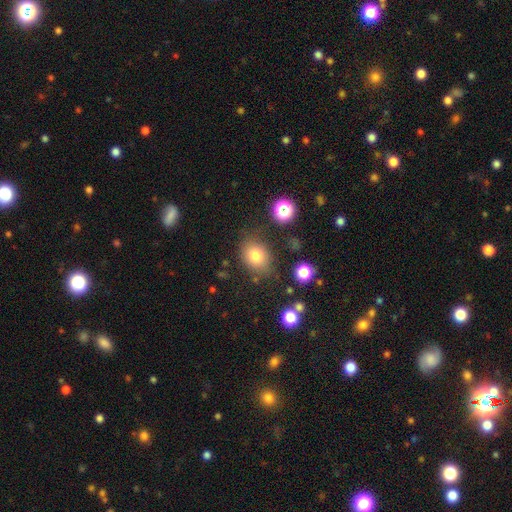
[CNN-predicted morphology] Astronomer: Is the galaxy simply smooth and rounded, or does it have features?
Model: smooth — 78%.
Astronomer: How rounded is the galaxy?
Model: in between — 59% (runner-up: round, 40%).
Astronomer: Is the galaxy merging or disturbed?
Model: none — 74%.